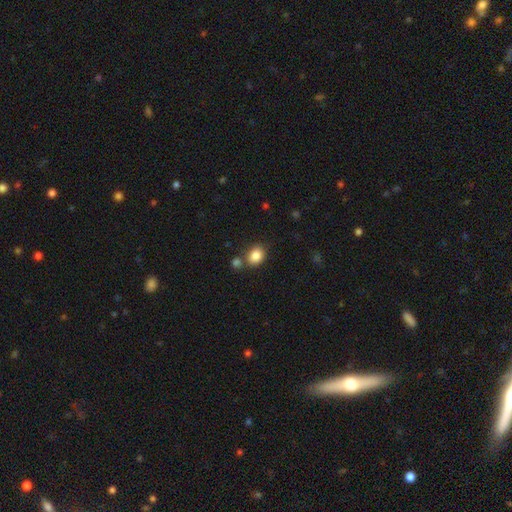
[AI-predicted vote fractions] smooth 85%, star or artifact 9%, featured or disk 5%. Down the decision tree: how rounded — in between (52%); merging — none (69%).